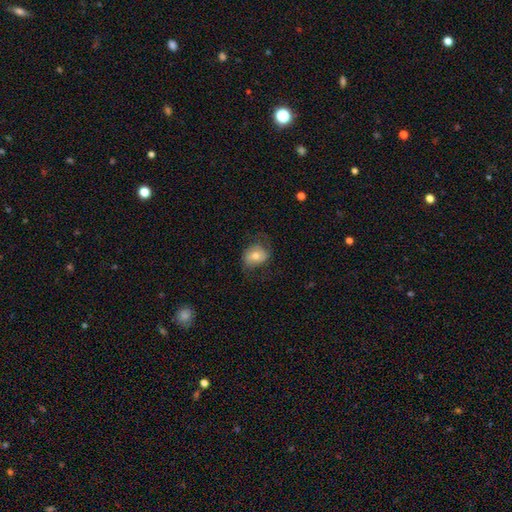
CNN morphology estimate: Smooth or featured? smooth (57%)
How rounded? in between (50%)
Merging? none (62%)